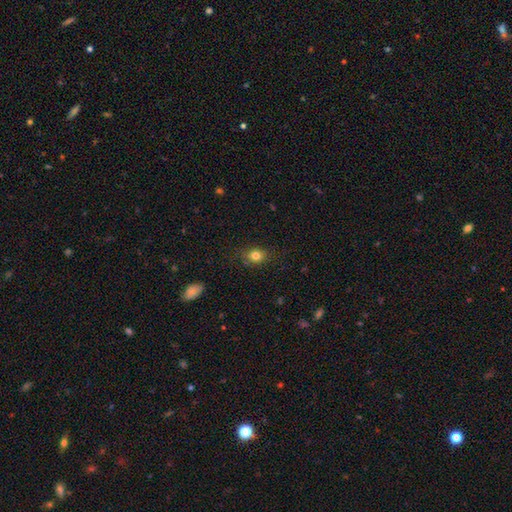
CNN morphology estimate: Smooth or featured?
  - smooth: 80% *
  - star or artifact: 12%
  - featured or disk: 8%
How rounded?
  - round: 52% *
  - in between: 47%
  - cigar-shaped: 2%
Merging?
  - none: 80% *
  - minor disturbance: 15%
  - major disturbance: 4%
  - merger: 1%